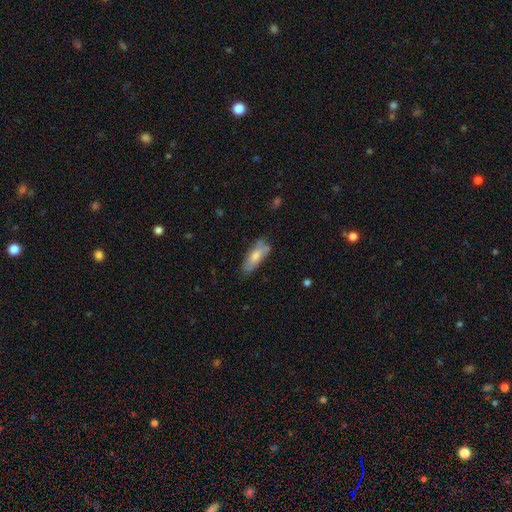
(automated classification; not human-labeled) Smooth or featured?
  - smooth: 65% *
  - featured or disk: 29%
  - star or artifact: 7%
How rounded?
  - in between: 64% *
  - cigar-shaped: 34%
  - round: 2%
Merging?
  - none: 66% *
  - minor disturbance: 25%
  - major disturbance: 6%
  - merger: 3%